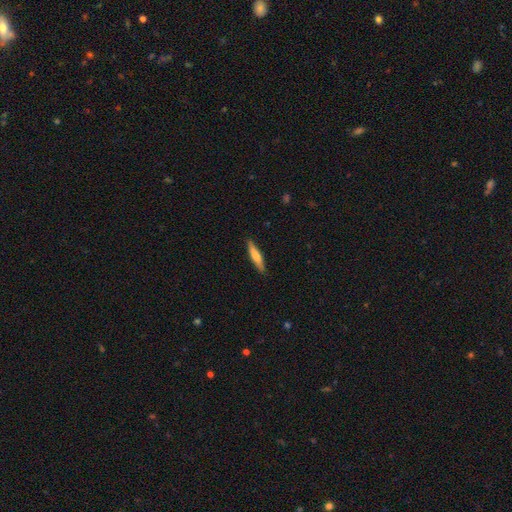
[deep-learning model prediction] Smooth or featured? smooth (68%)
How rounded? cigar-shaped (86%)
Merging? none (89%)